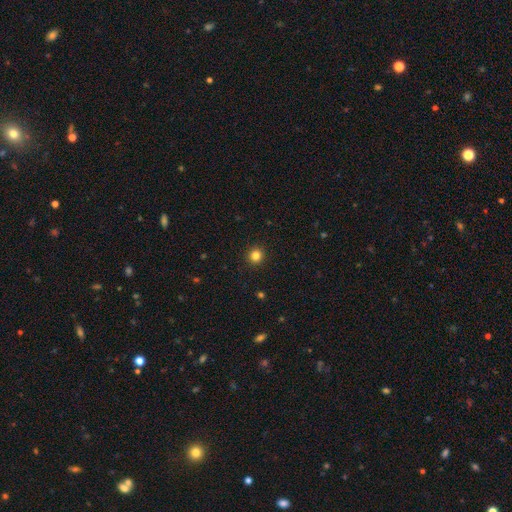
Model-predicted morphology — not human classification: Smooth or featured? smooth (83%)
How rounded? round (93%)
Merging? none (93%)